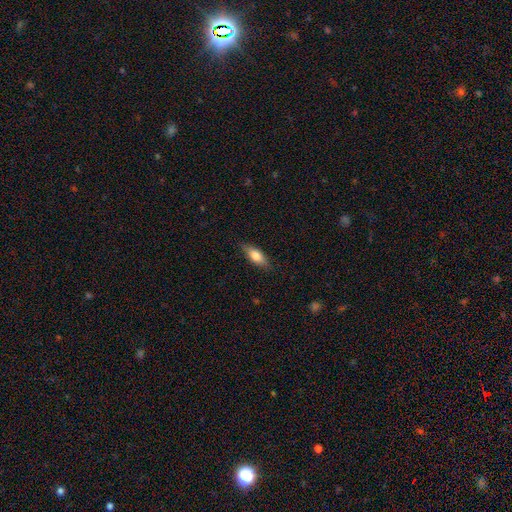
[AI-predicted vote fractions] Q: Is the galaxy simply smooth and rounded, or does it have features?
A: smooth — 71%.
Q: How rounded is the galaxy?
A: in between — 67%.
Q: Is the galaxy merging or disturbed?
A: none — 83%.